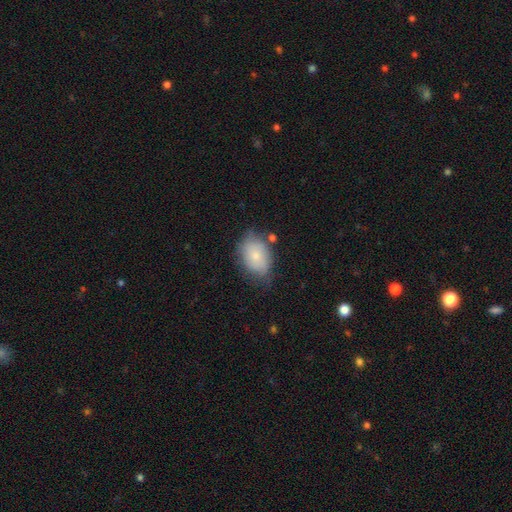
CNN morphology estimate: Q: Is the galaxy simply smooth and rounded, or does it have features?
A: smooth — 75%.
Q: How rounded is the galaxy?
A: in between — 78%.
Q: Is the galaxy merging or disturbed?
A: none — 62%.